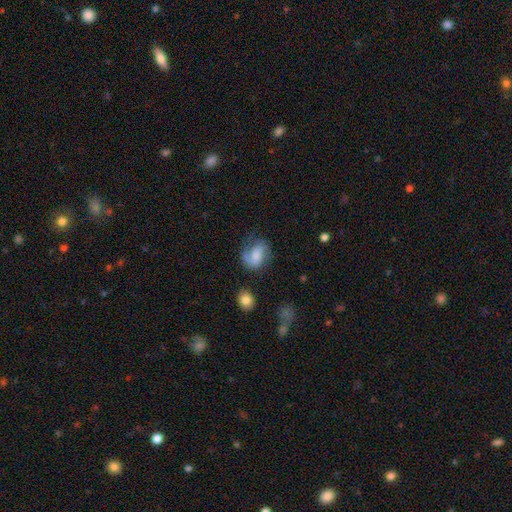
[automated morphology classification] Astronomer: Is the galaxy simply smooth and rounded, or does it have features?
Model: featured or disk — 51% (runner-up: smooth, 41%).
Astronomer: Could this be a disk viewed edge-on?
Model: no — 97%.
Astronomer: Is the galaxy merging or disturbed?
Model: none — 53%.